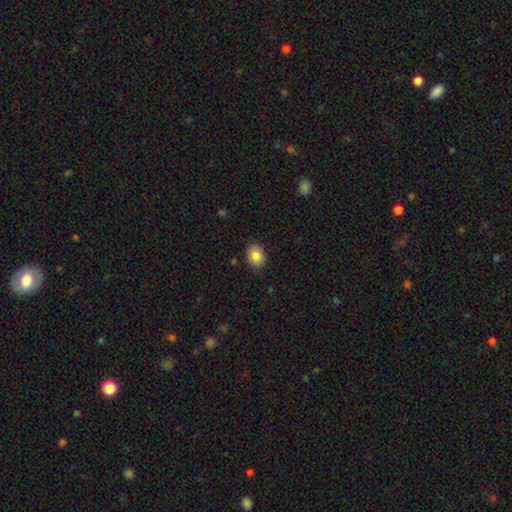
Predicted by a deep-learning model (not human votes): A smooth galaxy with no disk features (85%) that is in between round and cigar-shaped (59%). Merging: none (87%).